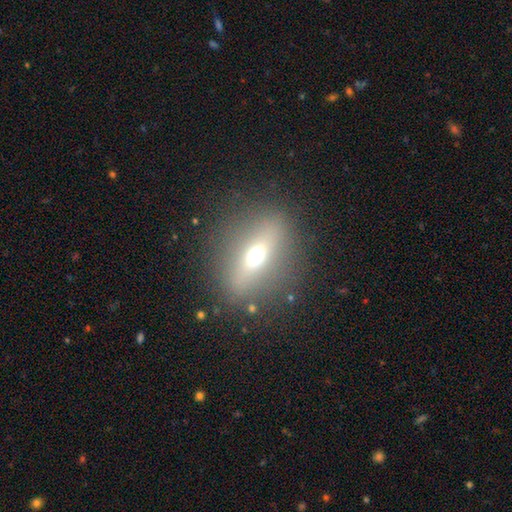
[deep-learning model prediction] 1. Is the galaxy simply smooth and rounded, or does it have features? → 46% smooth, 39% featured or disk, 15% star or artifact.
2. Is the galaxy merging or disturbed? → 83% none, 9% minor disturbance, 5% major disturbance, 2% merger.